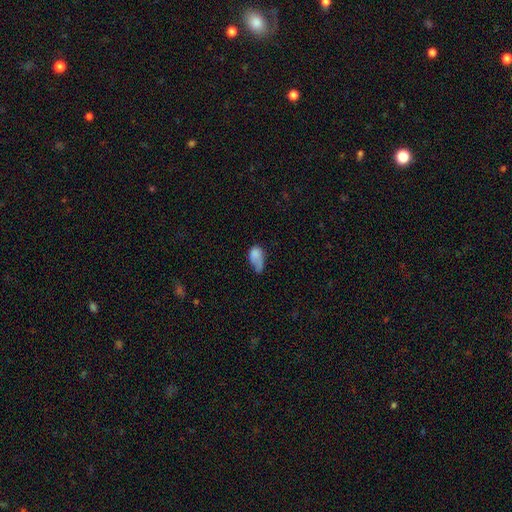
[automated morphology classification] Overall: smooth (74%). How rounded: in between (87%). Merging: major disturbance (35%; minor disturbance 32%).